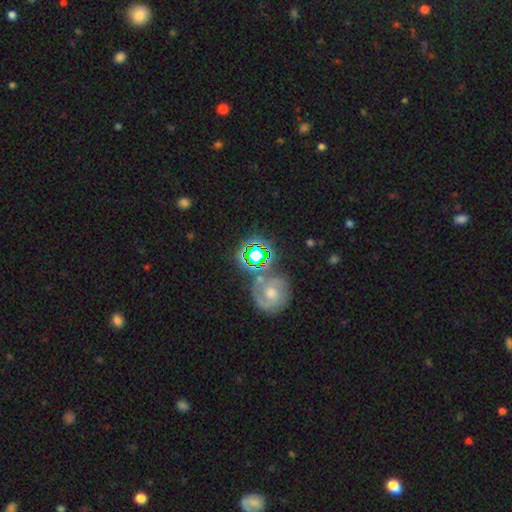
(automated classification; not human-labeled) Smooth or featured? Predicted: star or artifact (p=0.45).